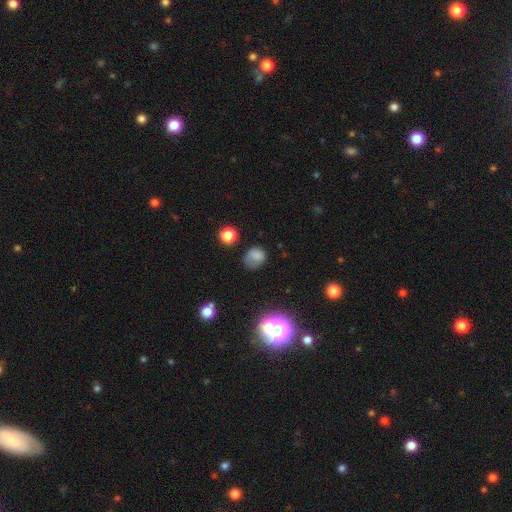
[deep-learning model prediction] Smooth or featured?
  - smooth: 75% *
  - star or artifact: 16%
  - featured or disk: 9%
How rounded?
  - round: 60% *
  - in between: 39%
  - cigar-shaped: 1%
Merging?
  - none: 53% *
  - minor disturbance: 29%
  - major disturbance: 14%
  - merger: 3%